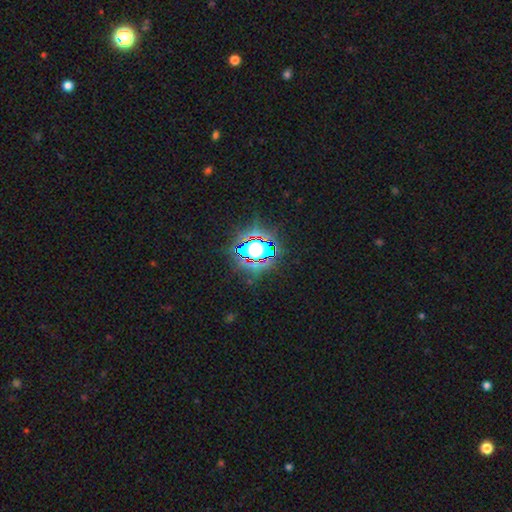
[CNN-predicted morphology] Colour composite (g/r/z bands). It shows a star or artifact, not a galaxy (83%).